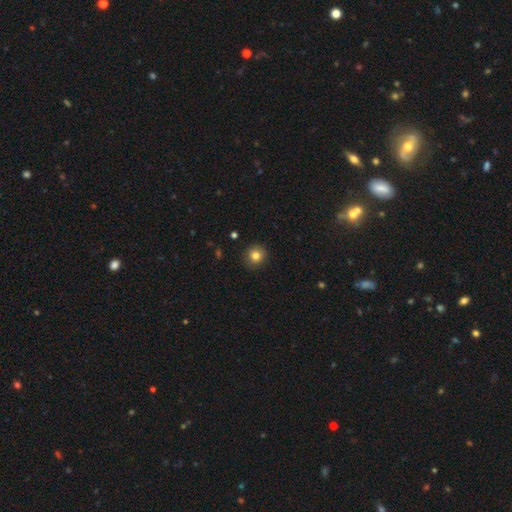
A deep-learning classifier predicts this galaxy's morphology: Q: Smooth or featured?
A: smooth (82%); runner-up: star or artifact (11%)
Q: How rounded?
A: round (93%); runner-up: in between (6%)
Q: Merging?
A: none (91%); runner-up: minor disturbance (7%)